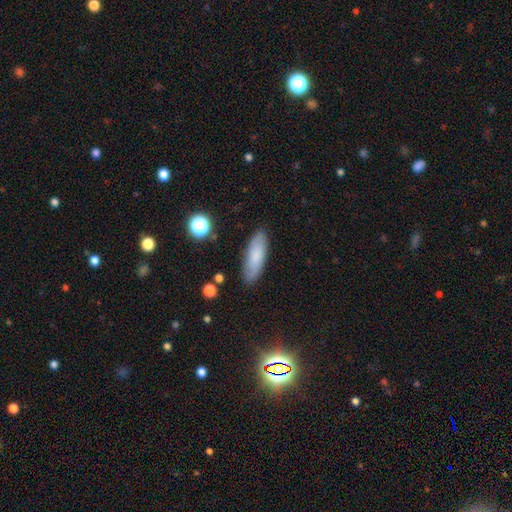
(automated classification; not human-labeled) A smooth galaxy with no disk features (77%) that is in between round and cigar-shaped (55%).

Vote fractions:
- Smooth or featured? smooth: 77% / featured or disk: 15% / star or artifact: 8%
- How rounded? in between: 55% / cigar-shaped: 43% / round: 2%
- Merging? none: 85% / minor disturbance: 11% / major disturbance: 2% / merger: 1%